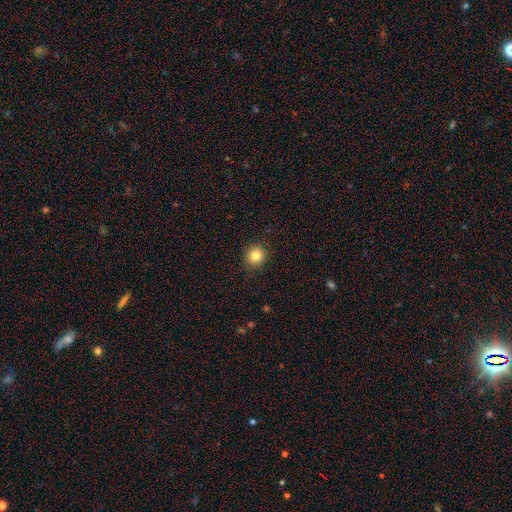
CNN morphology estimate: A smooth galaxy with no disk features (83%) that is round (86%).

Vote fractions:
- Smooth or featured? smooth: 83% / star or artifact: 11% / featured or disk: 6%
- How rounded? round: 86% / in between: 13% / cigar-shaped: 1%
- Merging? none: 91% / minor disturbance: 7% / major disturbance: 2% / merger: 1%